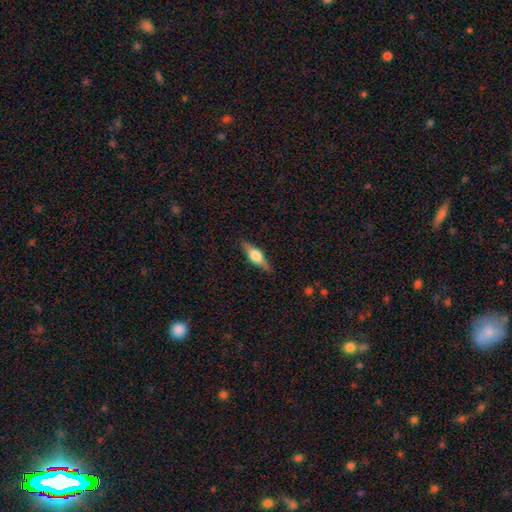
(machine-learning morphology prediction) Smooth or featured?
  - featured or disk: 60% *
  - smooth: 34%
  - star or artifact: 6%
Edge-on disk?
  - yes: 96% *
  - no: 4%
Edge-on bulge?
  - rounded: 92% *
  - boxy: 6%
  - none: 2%
Merging?
  - none: 88% *
  - minor disturbance: 9%
  - major disturbance: 2%
  - merger: 1%